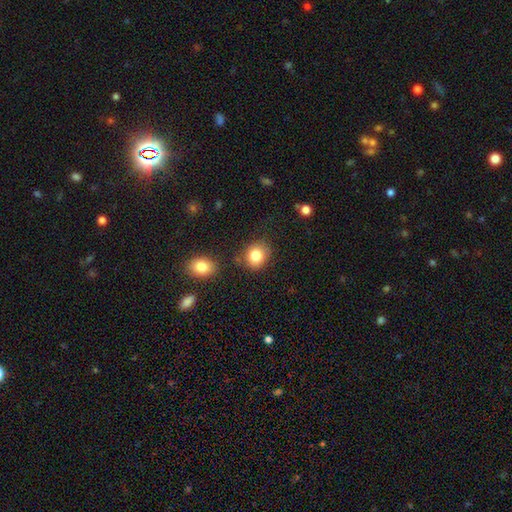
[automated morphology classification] This appears to be a smooth galaxy with no disk features (83%) that is round (69%). Merging: none (77%).